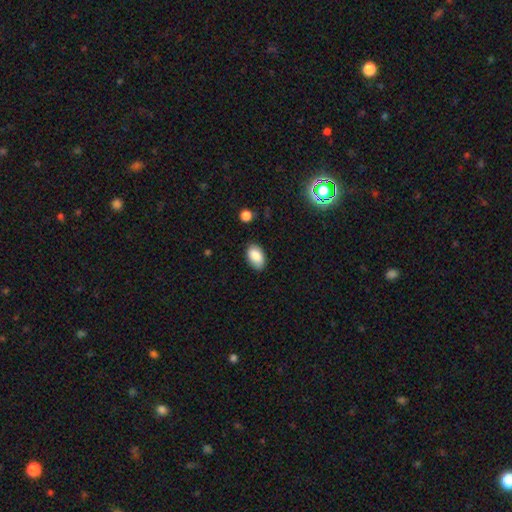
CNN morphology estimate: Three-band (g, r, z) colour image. It shows a smooth galaxy with no disk features (87%) that is in between round and cigar-shaped (92%). Merging: none (82%).